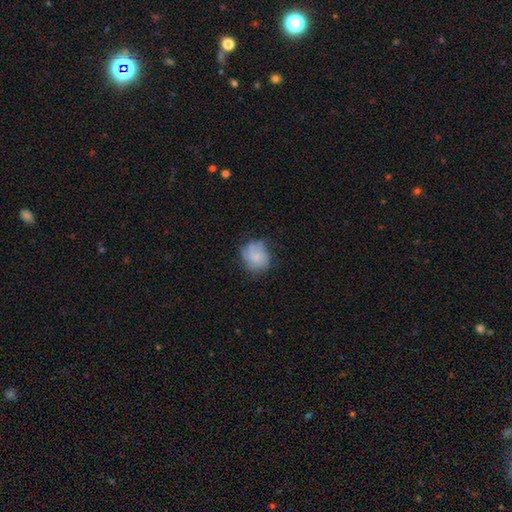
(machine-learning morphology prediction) type=smooth (69%); roundness=round (70%); merging=none (53%).